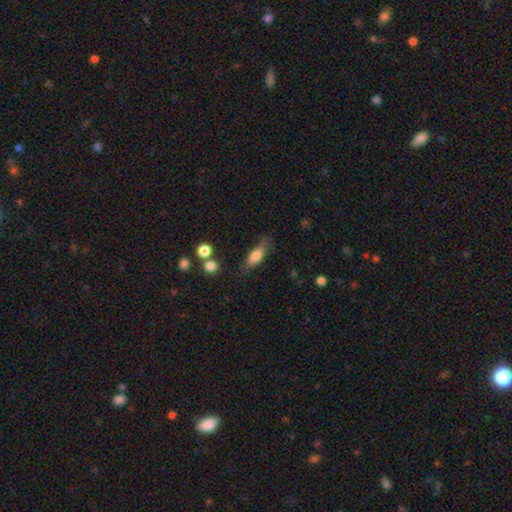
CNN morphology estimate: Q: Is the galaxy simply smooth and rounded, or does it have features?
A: smooth — 74%.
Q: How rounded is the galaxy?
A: in between — 67%.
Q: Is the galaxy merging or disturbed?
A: none — 70%.